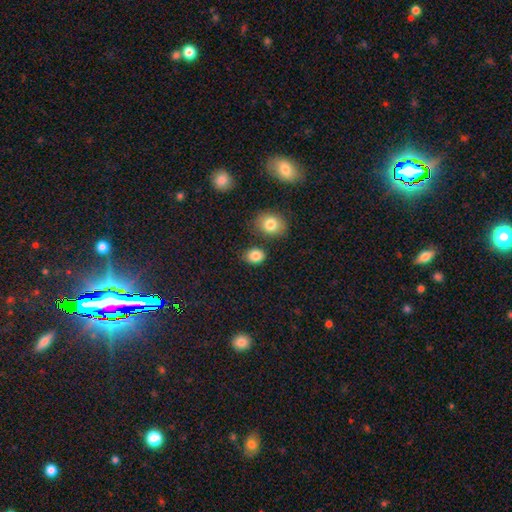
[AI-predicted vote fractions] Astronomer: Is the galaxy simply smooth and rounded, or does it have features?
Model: smooth — 85%.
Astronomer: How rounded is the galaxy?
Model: in between — 56% (runner-up: round, 43%).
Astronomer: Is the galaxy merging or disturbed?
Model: none — 78%.